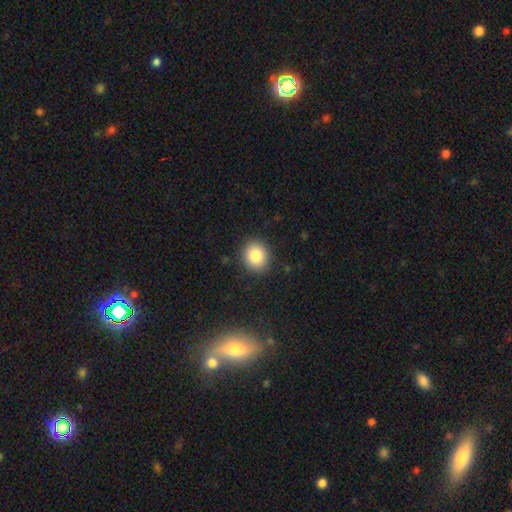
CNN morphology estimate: Smooth or featured?
  - smooth: 84% *
  - star or artifact: 9%
  - featured or disk: 6%
How rounded?
  - round: 78% *
  - in between: 21%
  - cigar-shaped: 1%
Merging?
  - none: 89% *
  - minor disturbance: 7%
  - major disturbance: 2%
  - merger: 1%